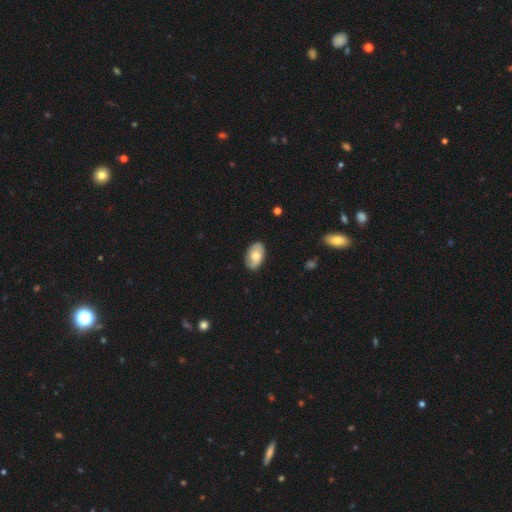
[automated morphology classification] This appears to be a smooth galaxy with no disk features (60%) that is in between round and cigar-shaped (93%). Merging: none (83%).